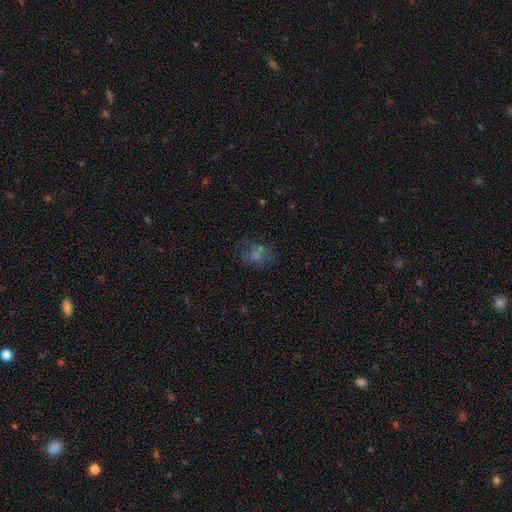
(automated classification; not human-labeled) smooth 61%, star or artifact 23%, featured or disk 16%. Down the decision tree: how rounded — in between (62%); merging — none (68%).